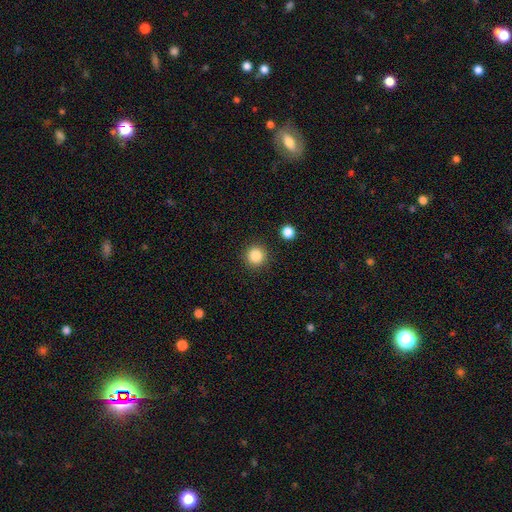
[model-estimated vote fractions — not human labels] Smooth or featured: smooth — 86% (star or artifact — 11%)
How rounded: round — 94% (in between — 5%)
Merging: none — 90% (minor disturbance — 6%)